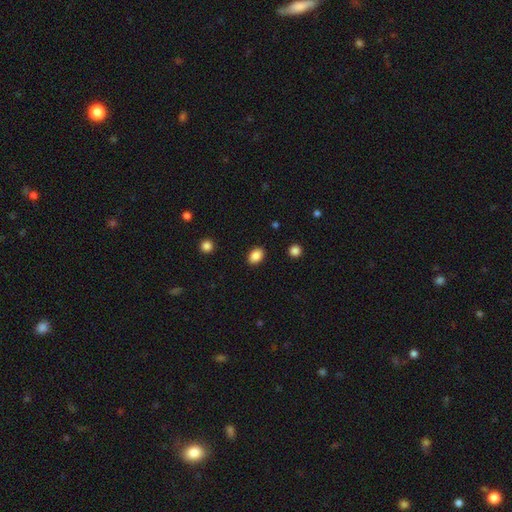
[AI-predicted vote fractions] This is clearly a smooth galaxy (87%). How rounded: likely in between (76%). Merging: clearly none (89%).